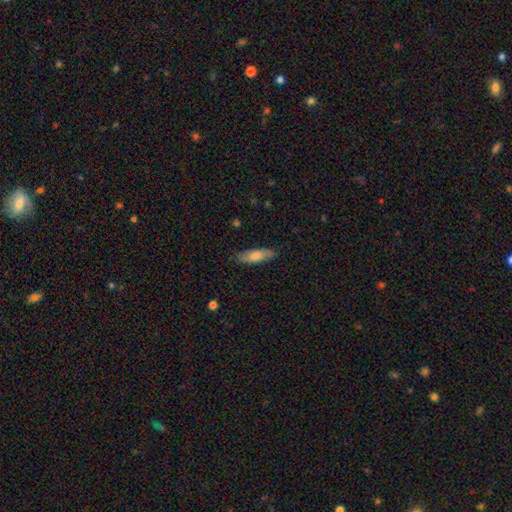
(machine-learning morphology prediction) Smooth or featured: smooth — 72% (featured or disk — 22%)
How rounded: cigar-shaped — 56% (in between — 42%)
Merging: none — 85% (minor disturbance — 12%)